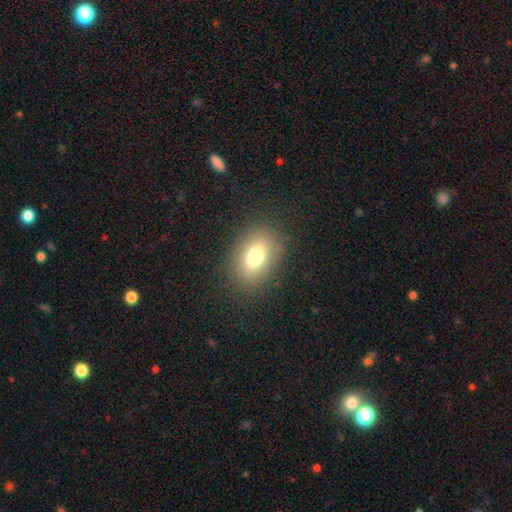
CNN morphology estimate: smooth_or_featured: smooth (p=0.73) [alt: featured or disk p=0.15]
how_rounded: in between (p=0.80) [alt: round p=0.15]
merging: none (p=0.84) [alt: minor disturbance p=0.10]